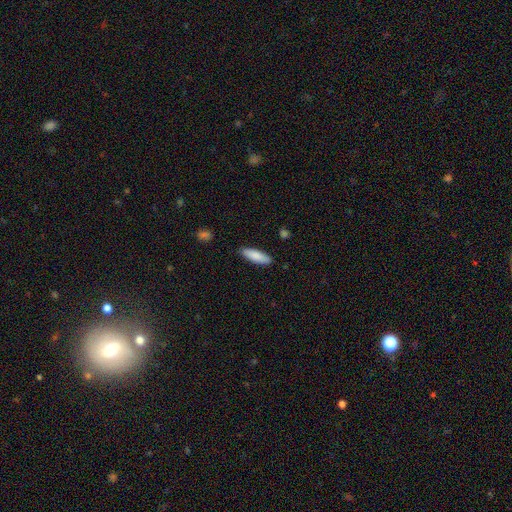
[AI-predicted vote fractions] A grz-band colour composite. It shows a smooth galaxy with no disk features (85%) that is cigar-shaped (53%). Merging: none (86%).